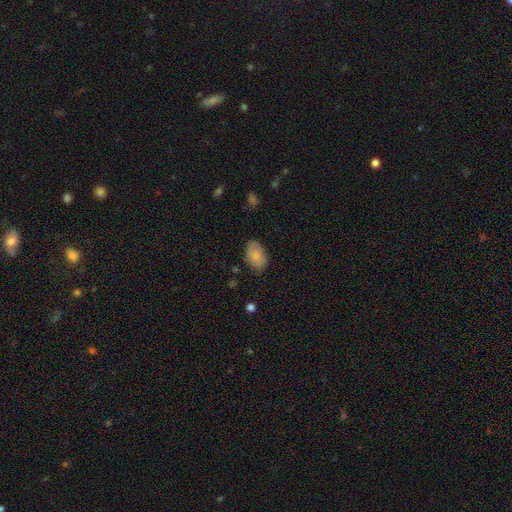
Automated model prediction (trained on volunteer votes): A smooth galaxy with no disk features (84%) that is in between round and cigar-shaped (90%). Merging: none (79%).